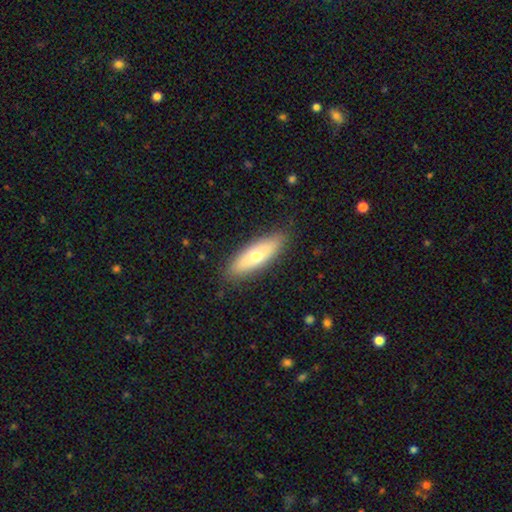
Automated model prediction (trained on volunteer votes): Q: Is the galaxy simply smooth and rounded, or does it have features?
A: smooth — 62%.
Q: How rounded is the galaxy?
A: in between — 52%.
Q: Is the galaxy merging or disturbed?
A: none — 86%.